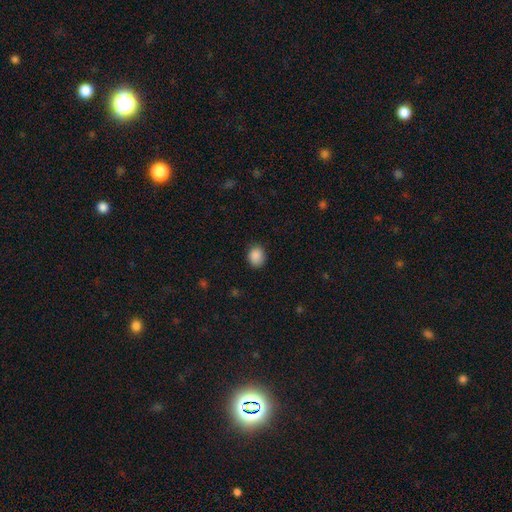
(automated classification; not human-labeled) Morphology: type=smooth (88%); roundness=round (63%); merging=none (83%).